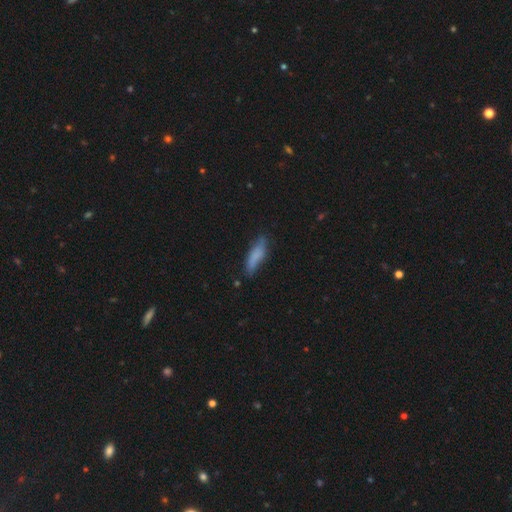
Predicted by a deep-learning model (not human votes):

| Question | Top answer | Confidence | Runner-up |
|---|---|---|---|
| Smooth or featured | smooth | 74% | featured or disk (19%) |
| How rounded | cigar-shaped | 60% | in between (38%) |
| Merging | none | 64% | minor disturbance (28%) |